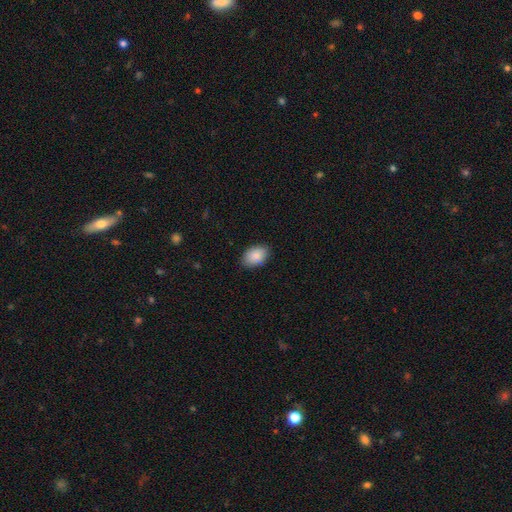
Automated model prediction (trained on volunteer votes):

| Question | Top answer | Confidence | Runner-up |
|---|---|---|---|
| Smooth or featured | smooth | 89% | star or artifact (7%) |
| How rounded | in between | 89% | round (9%) |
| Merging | none | 84% | minor disturbance (12%) |